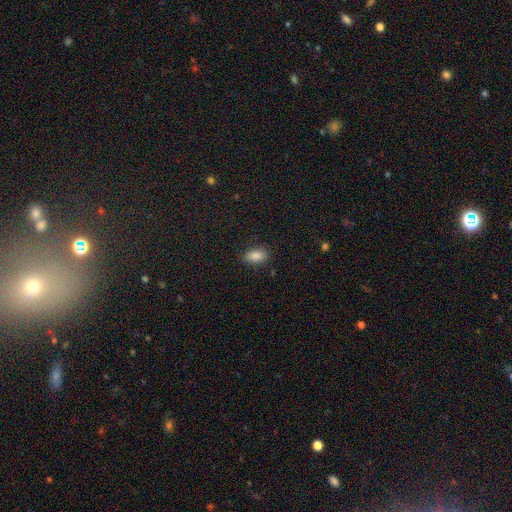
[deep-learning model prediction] The model was most divided on "merging": none: 85%, minor disturbance: 11%, major disturbance: 3%, merger: 1%. More confident: how rounded — in between (90%); smooth or featured — smooth (87%).